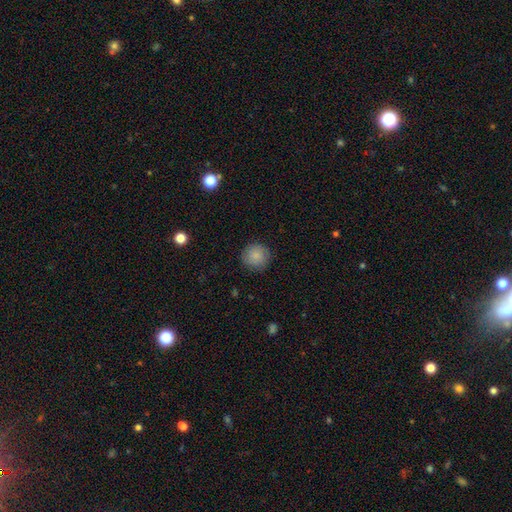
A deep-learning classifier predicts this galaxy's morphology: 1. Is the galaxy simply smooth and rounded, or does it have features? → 86% smooth, 8% star or artifact, 6% featured or disk.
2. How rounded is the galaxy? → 94% round, 5% in between, 1% cigar-shaped.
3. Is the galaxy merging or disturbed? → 88% none, 8% minor disturbance, 2% major disturbance, 1% merger.